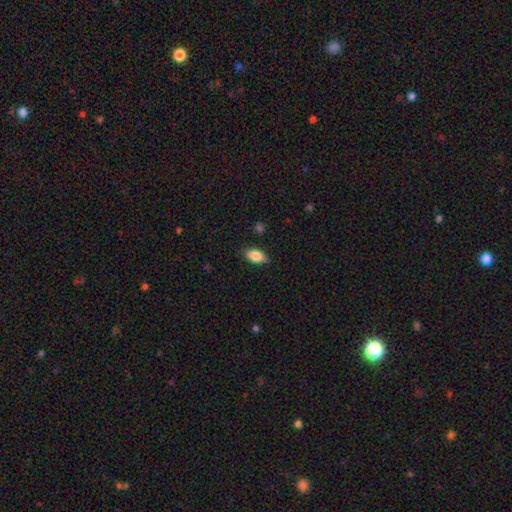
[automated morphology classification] A smooth galaxy with no disk features (83%) that is in between round and cigar-shaped (89%).

Vote fractions:
- Smooth or featured? smooth: 83% / featured or disk: 10% / star or artifact: 7%
- How rounded? in between: 89% / cigar-shaped: 6% / round: 5%
- Merging? none: 83% / minor disturbance: 13% / major disturbance: 3% / merger: 1%